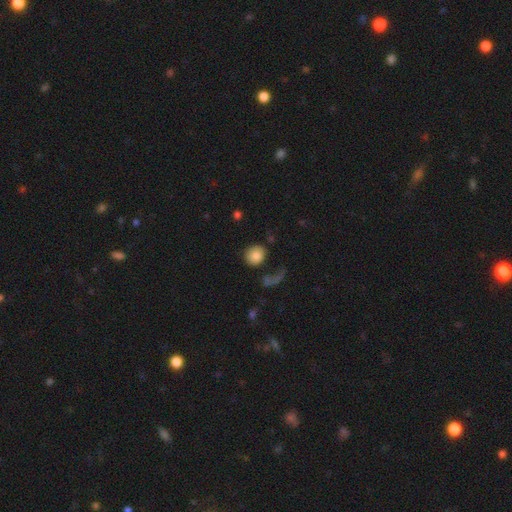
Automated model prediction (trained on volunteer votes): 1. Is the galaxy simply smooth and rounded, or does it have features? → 82% smooth, 9% featured or disk, 8% star or artifact.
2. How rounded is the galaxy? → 85% round, 13% in between, 1% cigar-shaped.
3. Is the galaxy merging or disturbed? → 64% none, 15% minor disturbance, 14% major disturbance, 7% merger.